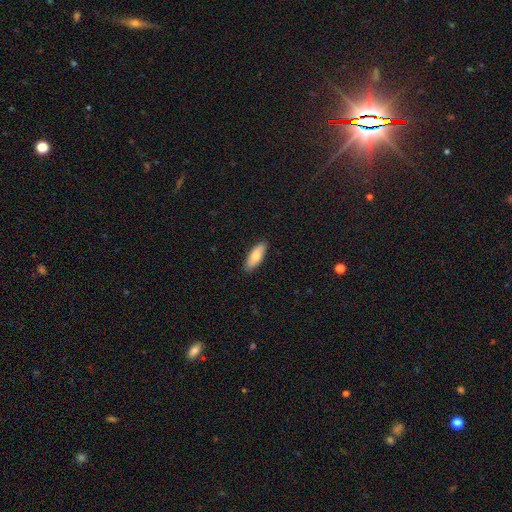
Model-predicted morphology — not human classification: smooth_or_featured: smooth (p=0.76) [alt: featured or disk p=0.19]
how_rounded: in between (p=0.76) [alt: cigar-shaped p=0.22]
merging: none (p=0.88) [alt: minor disturbance p=0.09]